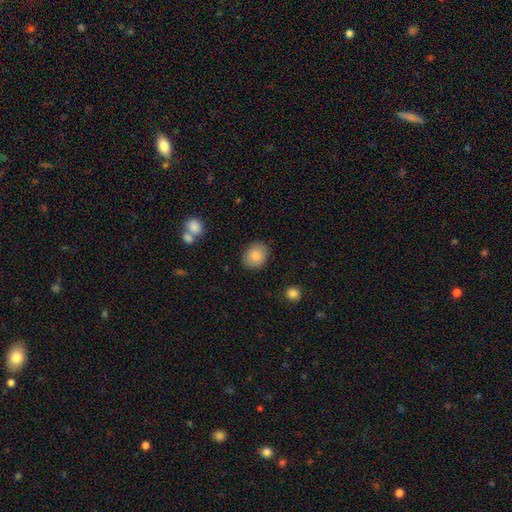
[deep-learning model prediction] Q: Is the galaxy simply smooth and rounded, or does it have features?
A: smooth — 79%.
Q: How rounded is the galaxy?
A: round — 54%.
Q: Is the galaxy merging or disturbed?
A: none — 86%.